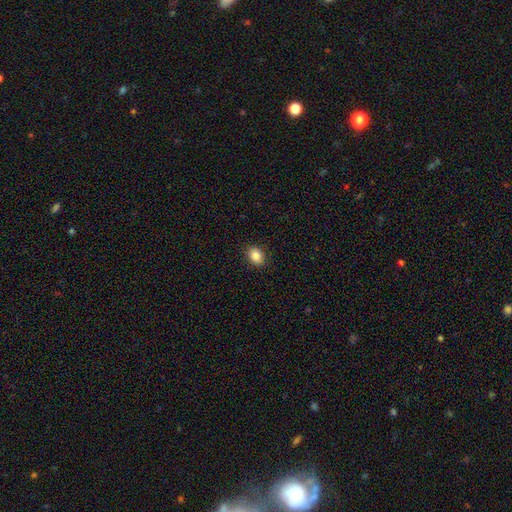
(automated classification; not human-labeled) This appears to be a smooth galaxy with no disk features (85%) that is in between round and cigar-shaped (67%). Merging: none (90%).